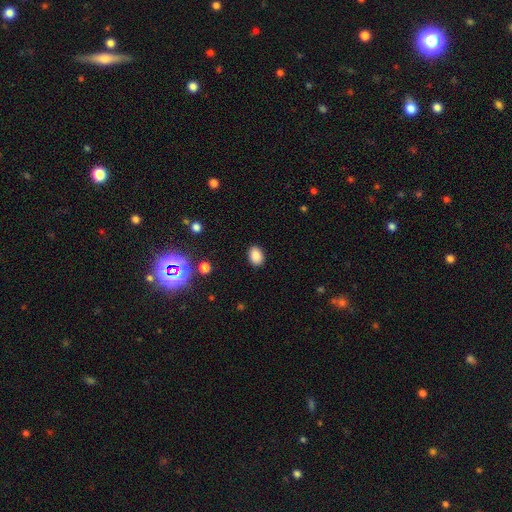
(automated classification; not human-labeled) This is clearly a smooth galaxy (86%). How rounded: likely in between (77%). Merging: clearly none (88%).